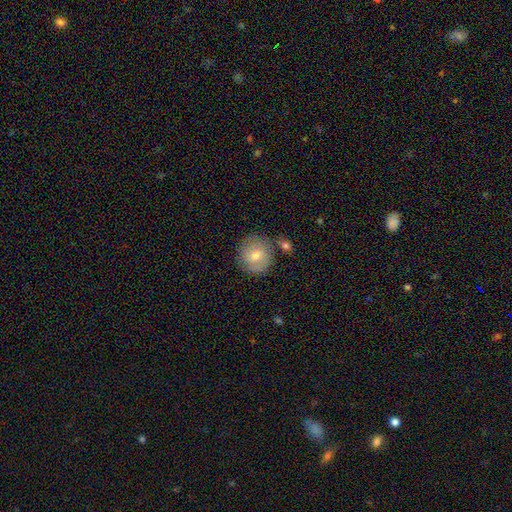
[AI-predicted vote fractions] Overall: featured or disk (46%; smooth 45%). Merging: none (78%).